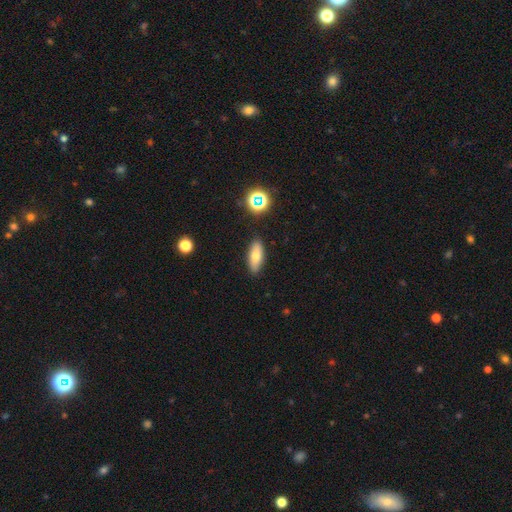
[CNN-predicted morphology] This appears to be a smooth galaxy with no disk features (74%) that is in between round and cigar-shaped (76%). Merging: none (87%).